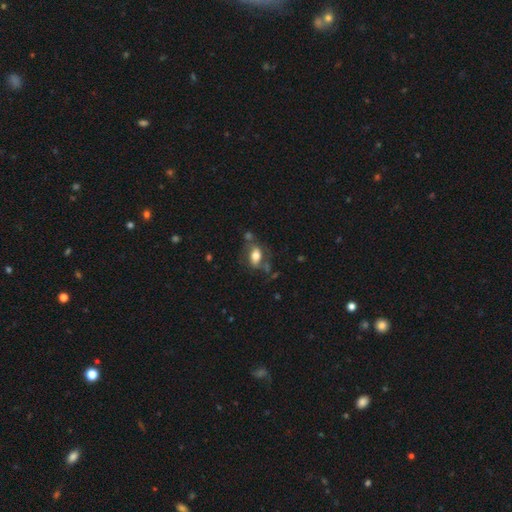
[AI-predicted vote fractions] Smooth or featured: smooth — 59% (featured or disk — 33%)
How rounded: in between — 84% (round — 13%)
Merging: none — 48% (minor disturbance — 23%)